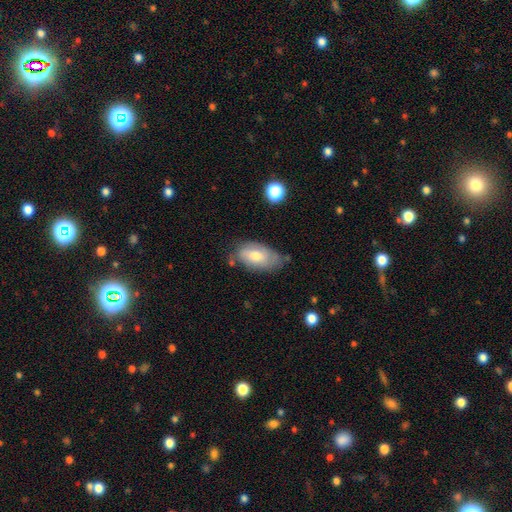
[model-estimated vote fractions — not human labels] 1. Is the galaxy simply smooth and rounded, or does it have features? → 67% smooth, 26% featured or disk, 7% star or artifact.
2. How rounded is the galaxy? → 92% in between, 4% round, 3% cigar-shaped.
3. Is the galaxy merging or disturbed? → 56% none, 31% minor disturbance, 8% major disturbance, 5% merger.